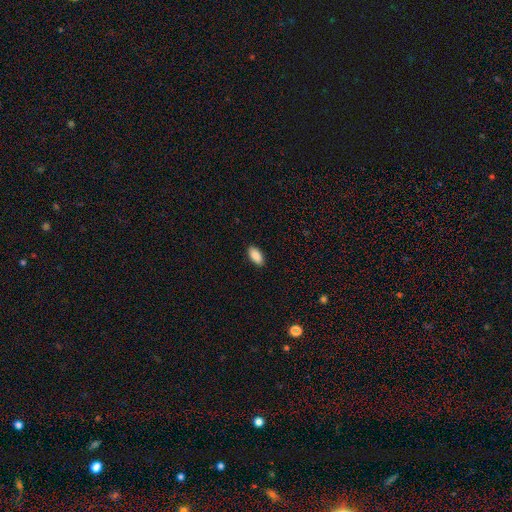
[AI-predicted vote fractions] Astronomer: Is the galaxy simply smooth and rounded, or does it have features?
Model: smooth — 90%.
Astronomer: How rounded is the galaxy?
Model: in between — 92%.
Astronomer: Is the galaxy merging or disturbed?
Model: none — 89%.